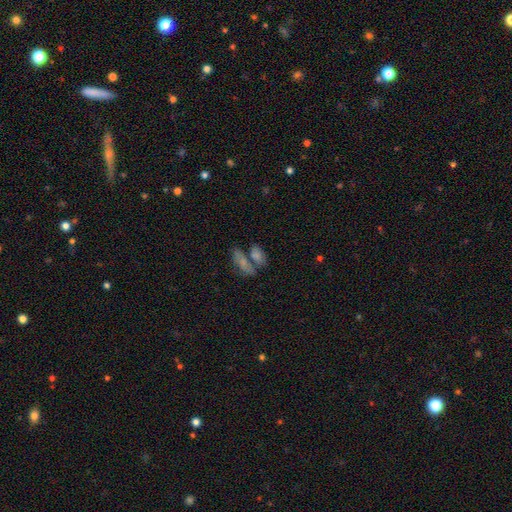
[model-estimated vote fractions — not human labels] Smooth or featured? smooth (64%)
How rounded? in between (76%)
Merging? merger (46%)